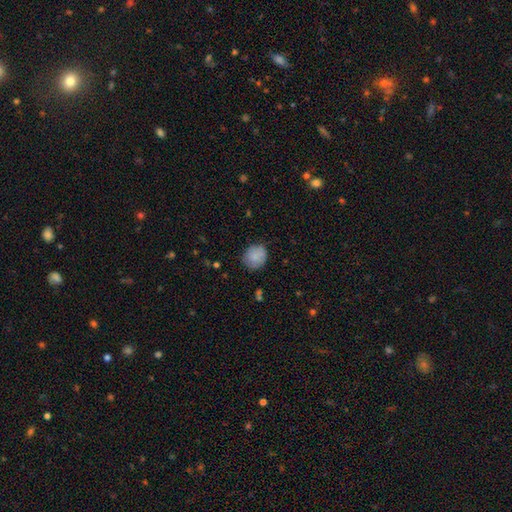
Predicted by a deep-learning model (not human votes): smooth-or-featured: smooth: 85% | featured or disk: 8% | star or artifact: 7%
  how-rounded: round: 78% | in between: 21% | cigar-shaped: 1%
  merging: none: 78% | minor disturbance: 17% | major disturbance: 3% | merger: 1%